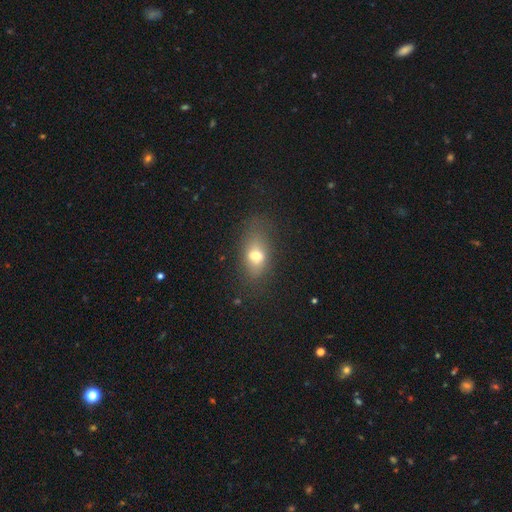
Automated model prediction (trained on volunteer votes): smooth 64%, featured or disk 22%, star or artifact 14%. Down the decision tree: how rounded — in between (77%); merging — none (66%).